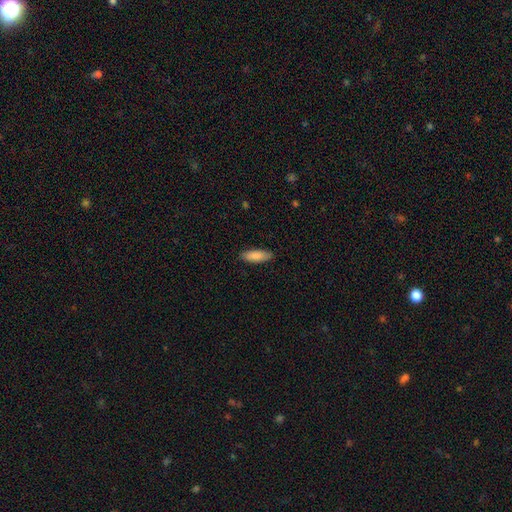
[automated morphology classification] Smooth or featured?
  - smooth: 87% *
  - featured or disk: 8%
  - star or artifact: 6%
How rounded?
  - in between: 58% *
  - cigar-shaped: 40%
  - round: 2%
Merging?
  - none: 88% *
  - minor disturbance: 9%
  - major disturbance: 2%
  - merger: 1%